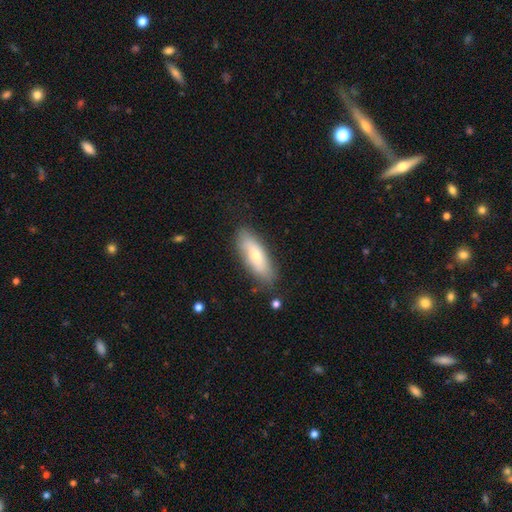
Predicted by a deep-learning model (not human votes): Overall: smooth (66%; featured or disk 28%). How rounded: in between (61%; cigar-shaped 37%). Merging: none (81%).